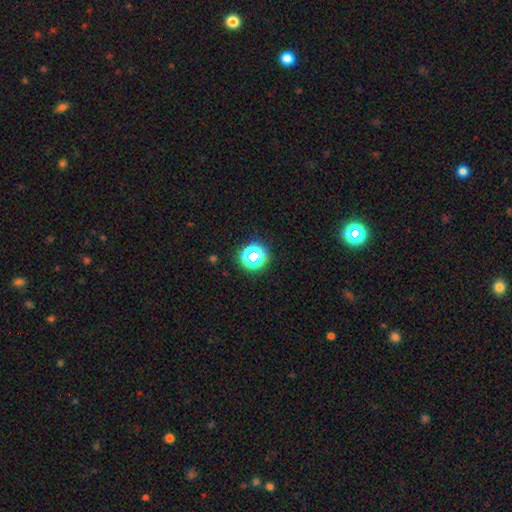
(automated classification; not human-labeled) This appears to be a star or artifact, not a galaxy (49%).